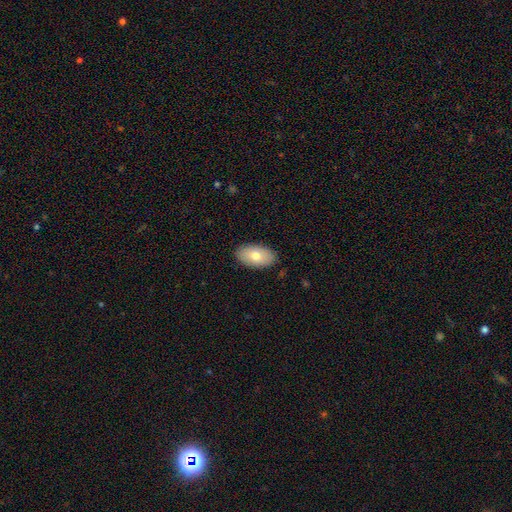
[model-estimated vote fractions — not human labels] The model was most divided on "smooth or featured": smooth: 73%, featured or disk: 21%, star or artifact: 7%. More confident: how rounded — in between (94%); merging — none (88%).